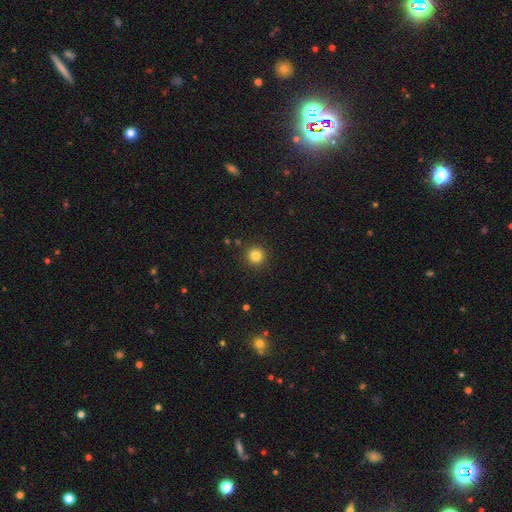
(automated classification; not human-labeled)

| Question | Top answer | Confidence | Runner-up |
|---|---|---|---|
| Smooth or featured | smooth | 83% | star or artifact (12%) |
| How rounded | round | 95% | in between (4%) |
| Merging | none | 91% | minor disturbance (5%) |